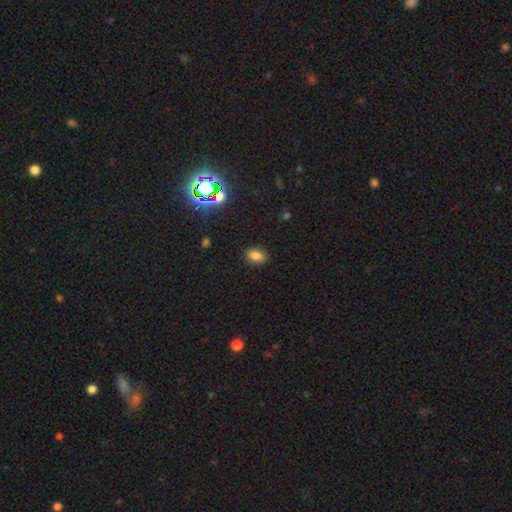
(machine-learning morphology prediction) Q: Smooth or featured?
A: smooth (78%); runner-up: star or artifact (14%)
Q: How rounded?
A: in between (84%); runner-up: round (14%)
Q: Merging?
A: none (86%); runner-up: minor disturbance (10%)